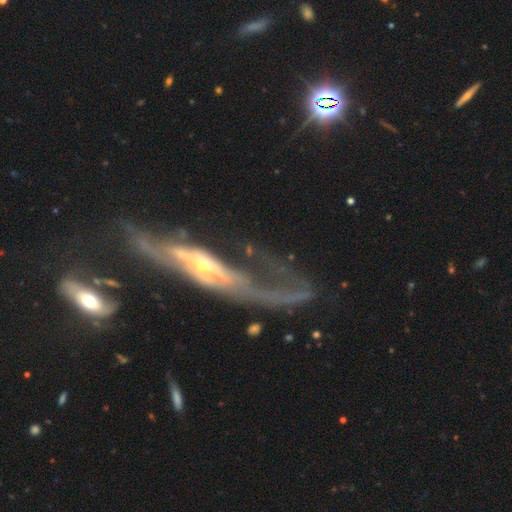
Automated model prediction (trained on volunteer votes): featured or disk 80%, smooth 12%, star or artifact 8%. Down the decision tree: edge-on disk — no (70%); bar — no (55%); spiral arms — yes (75%); bulge size — small (59%); merging — major disturbance (45%).